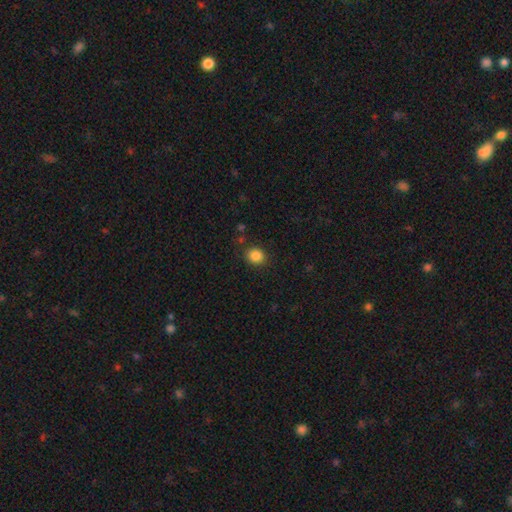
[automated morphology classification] type=smooth (85%); roundness=round (76%); merging=none (87%).